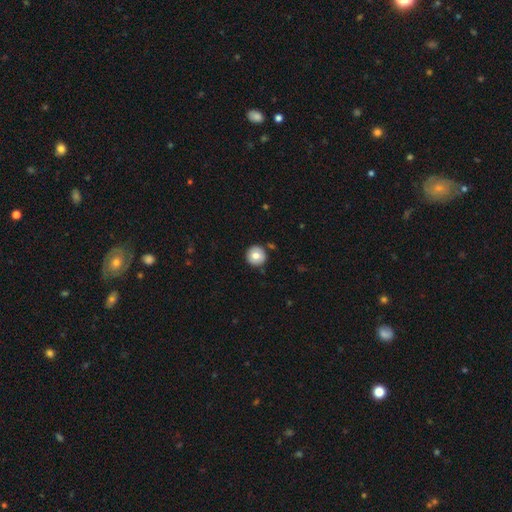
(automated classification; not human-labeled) smooth-or-featured: smooth: 75% | featured or disk: 17% | star or artifact: 8%
  how-rounded: round: 95% | in between: 4% | cigar-shaped: 1%
  merging: none: 89% | minor disturbance: 7% | merger: 2% | major disturbance: 2%